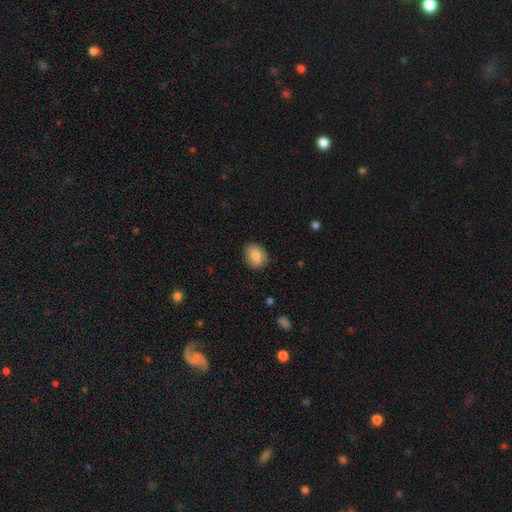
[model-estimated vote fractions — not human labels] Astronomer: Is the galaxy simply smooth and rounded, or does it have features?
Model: smooth — 78%.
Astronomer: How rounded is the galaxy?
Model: round — 60% (runner-up: in between, 39%).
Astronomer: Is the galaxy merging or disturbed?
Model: none — 84%.